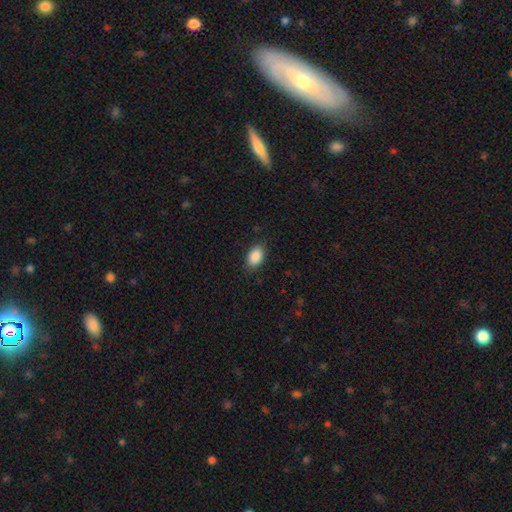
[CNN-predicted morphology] The model was most divided on "merging": none: 85%, minor disturbance: 12%, major disturbance: 3%, merger: 1%. More confident: how rounded — in between (90%); smooth or featured — smooth (89%).